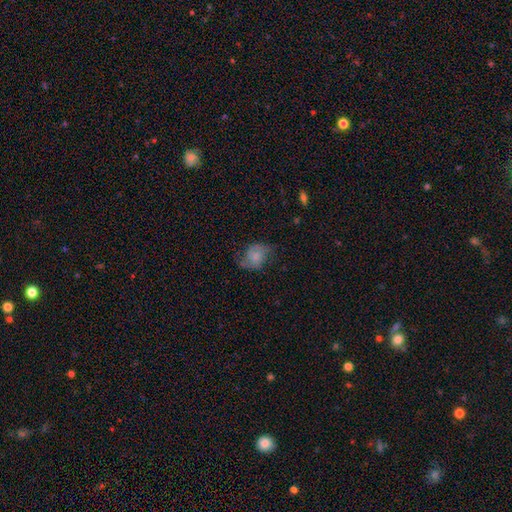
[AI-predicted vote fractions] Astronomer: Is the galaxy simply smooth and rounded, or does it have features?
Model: smooth — 49% (runner-up: featured or disk, 42%).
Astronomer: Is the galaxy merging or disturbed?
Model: none — 49% (runner-up: minor disturbance, 30%).